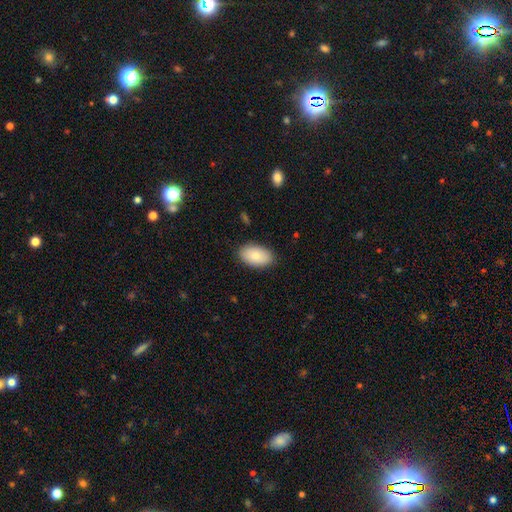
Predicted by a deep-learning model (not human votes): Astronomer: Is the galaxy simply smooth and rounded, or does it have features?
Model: smooth — 88%.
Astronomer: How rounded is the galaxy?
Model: in between — 95%.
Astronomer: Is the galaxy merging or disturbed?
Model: none — 87%.